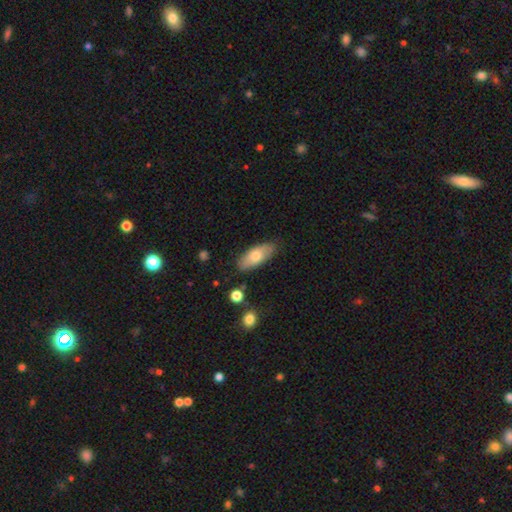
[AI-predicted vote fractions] Smooth or featured?
  - smooth: 70% *
  - featured or disk: 23%
  - star or artifact: 6%
How rounded?
  - in between: 83% *
  - cigar-shaped: 14%
  - round: 3%
Merging?
  - none: 79% *
  - minor disturbance: 16%
  - major disturbance: 3%
  - merger: 2%